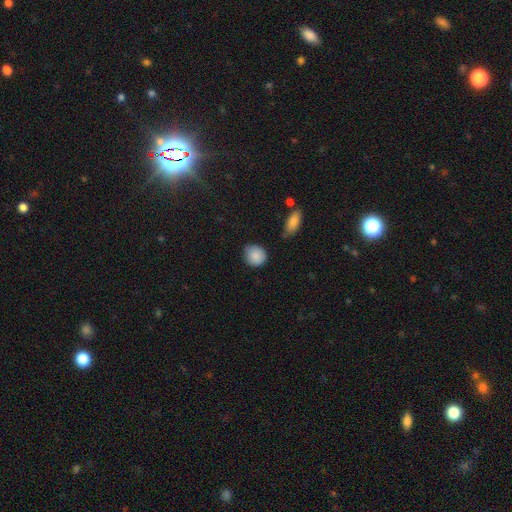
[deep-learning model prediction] Morphology: type=smooth (88%); roundness=round (80%); merging=none (77%).